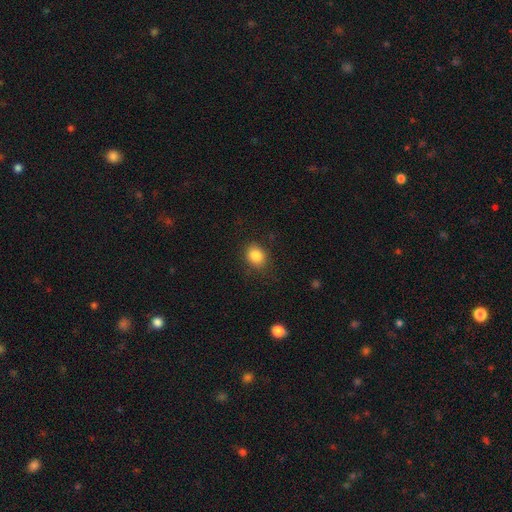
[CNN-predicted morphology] Smooth or featured: smooth — 85% (star or artifact — 10%)
How rounded: round — 63% (in between — 36%)
Merging: none — 83% (minor disturbance — 12%)